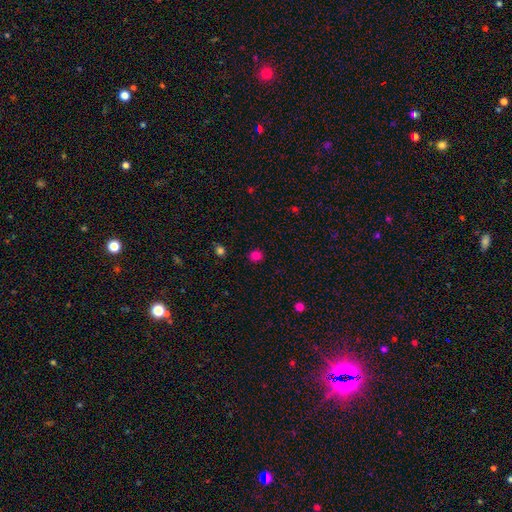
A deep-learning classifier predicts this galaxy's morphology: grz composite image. It shows a smooth galaxy with no disk features (80%) that is round (82%). Merging: none (89%).